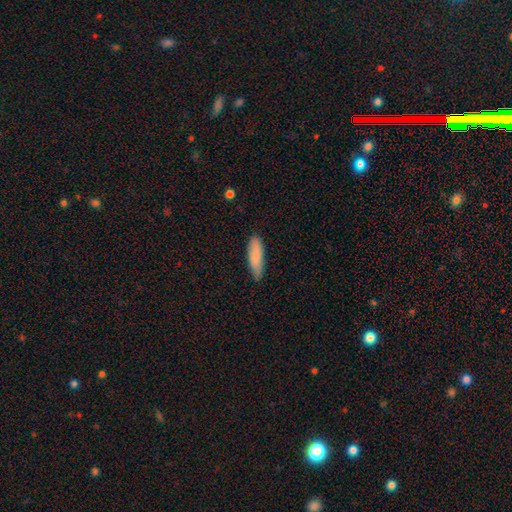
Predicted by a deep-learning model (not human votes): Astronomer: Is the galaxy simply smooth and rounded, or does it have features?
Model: smooth — 81%.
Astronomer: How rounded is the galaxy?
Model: cigar-shaped — 55% (runner-up: in between, 44%).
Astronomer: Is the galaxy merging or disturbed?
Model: none — 76%.